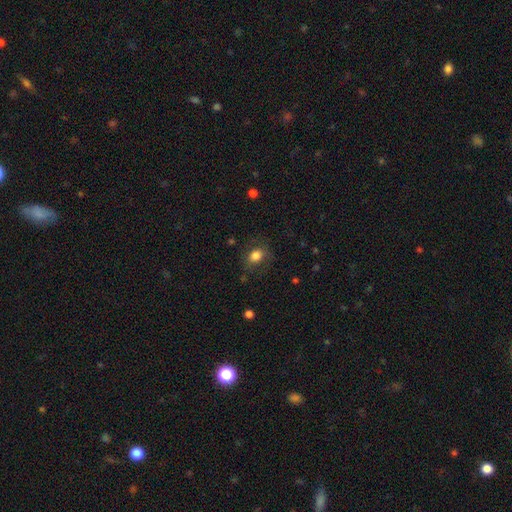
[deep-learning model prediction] A smooth galaxy with no disk features (79%) that is in between round and cigar-shaped (53%).

Vote fractions:
- Smooth or featured? smooth: 79% / featured or disk: 11% / star or artifact: 10%
- How rounded? in between: 53% / round: 46% / cigar-shaped: 1%
- Merging? none: 73% / minor disturbance: 17% / major disturbance: 9% / merger: 1%